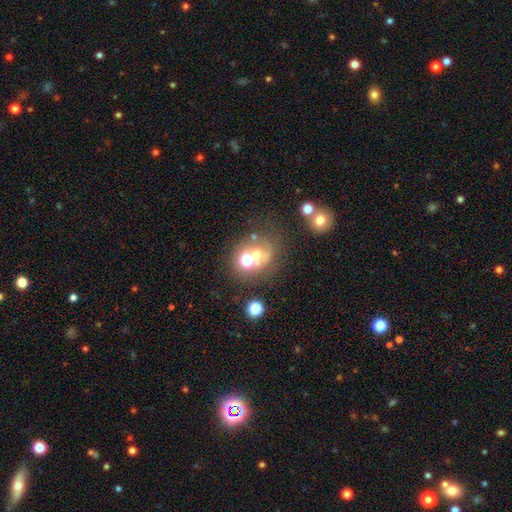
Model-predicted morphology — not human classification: smooth_or_featured: smooth (p=0.52) [alt: featured or disk p=0.27]
how_rounded: round (p=0.67) [alt: in between p=0.32]
merging: none (p=0.42) [alt: merger p=0.37]